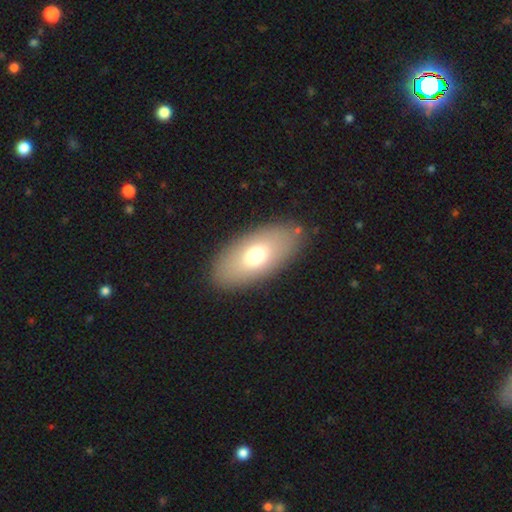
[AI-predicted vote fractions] This is likely a smooth galaxy (68%). How rounded: clearly in between (91%). Merging: clearly none (86%).